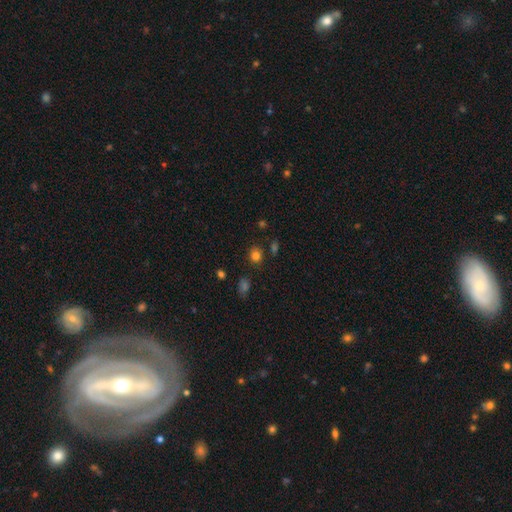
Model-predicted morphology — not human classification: This appears to be a smooth galaxy with no disk features (80%) that is round (73%). Merging: none (84%).